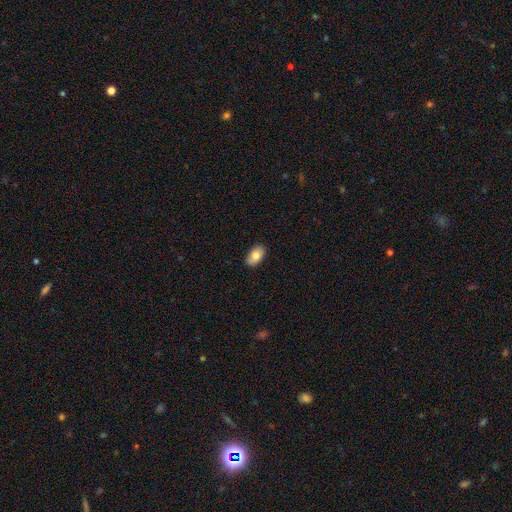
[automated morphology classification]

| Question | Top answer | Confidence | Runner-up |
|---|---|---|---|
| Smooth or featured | smooth | 80% | featured or disk (13%) |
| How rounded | in between | 92% | round (7%) |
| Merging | none | 84% | minor disturbance (13%) |